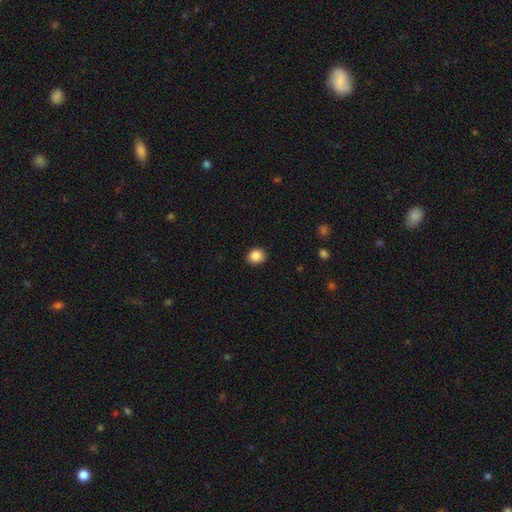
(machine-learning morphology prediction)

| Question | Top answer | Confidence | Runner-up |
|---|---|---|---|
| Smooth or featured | smooth | 87% | star or artifact (9%) |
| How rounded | round | 67% | in between (32%) |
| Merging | none | 89% | minor disturbance (8%) |